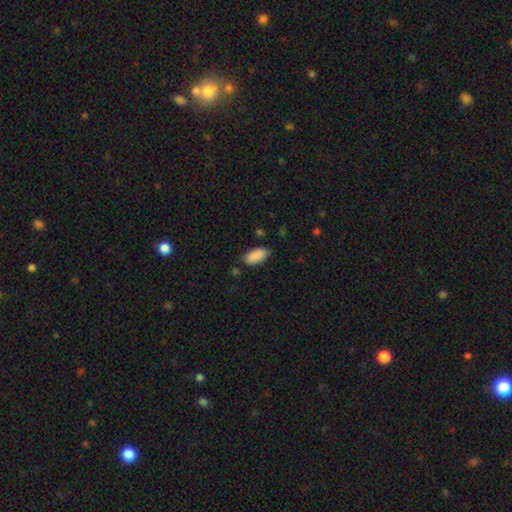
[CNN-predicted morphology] The model was most divided on "merging": none: 79%, minor disturbance: 16%, major disturbance: 3%, merger: 2%. More confident: how rounded — in between (92%); smooth or featured — smooth (90%).